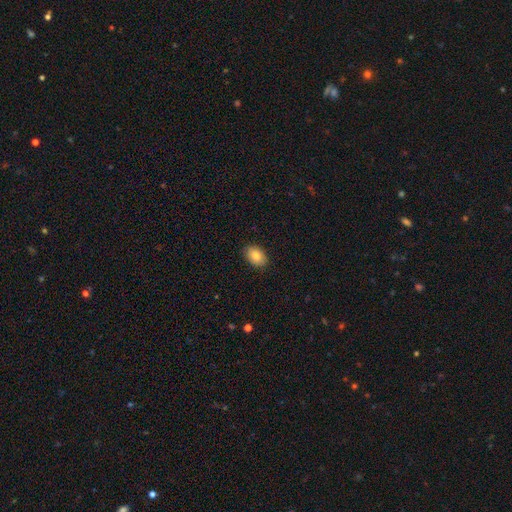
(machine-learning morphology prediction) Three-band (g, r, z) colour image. It shows a smooth galaxy with no disk features (83%) that is in between round and cigar-shaped (83%). Merging: none (89%).